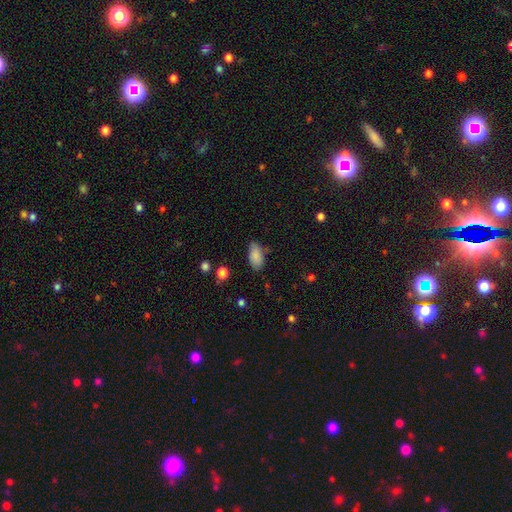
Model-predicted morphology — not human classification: Smooth or featured? smooth (86%)
How rounded? in between (92%)
Merging? none (73%)